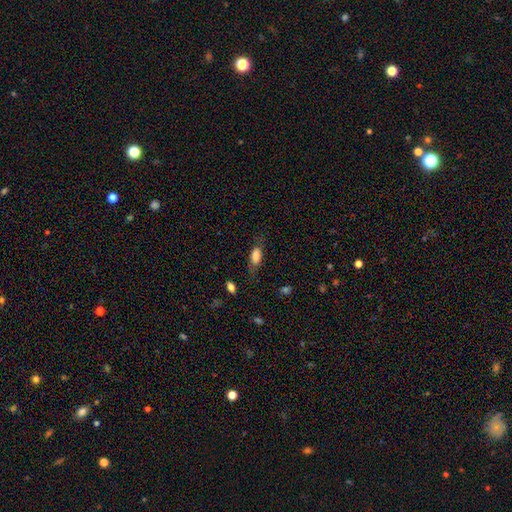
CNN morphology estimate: A smooth galaxy with no disk features (77%) that is in between round and cigar-shaped (80%). Merging: none (65%).